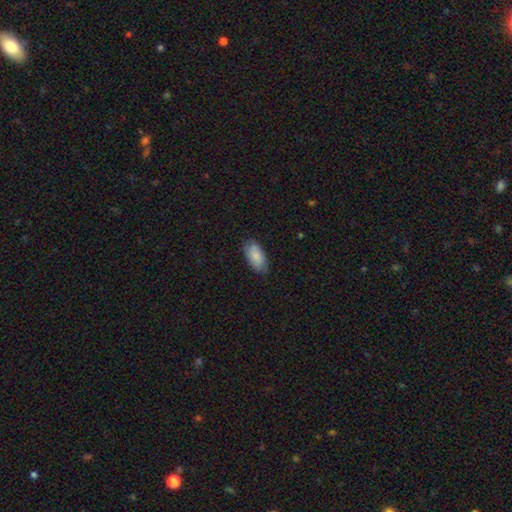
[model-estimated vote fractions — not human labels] Smooth or featured? smooth (80%)
How rounded? in between (94%)
Merging? none (79%)